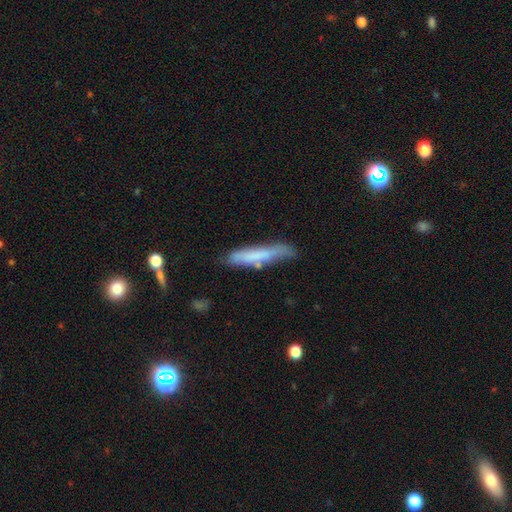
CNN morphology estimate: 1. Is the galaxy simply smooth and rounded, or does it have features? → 64% smooth, 29% featured or disk, 7% star or artifact.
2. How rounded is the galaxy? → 89% cigar-shaped, 9% in between, 1% round.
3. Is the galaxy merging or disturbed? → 61% none, 27% minor disturbance, 8% major disturbance, 5% merger.